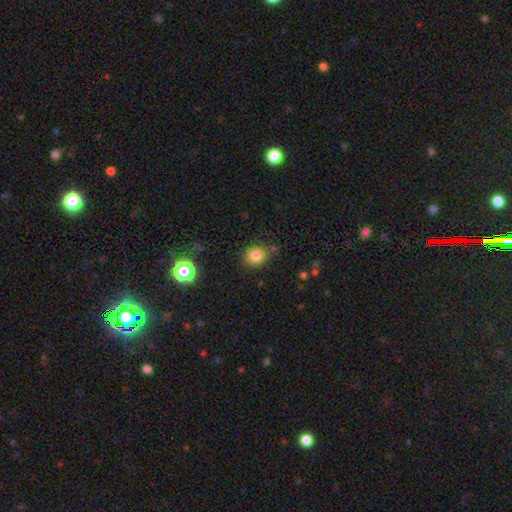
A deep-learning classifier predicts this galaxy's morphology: A smooth galaxy with no disk features (82%) that is round (72%).

Vote fractions:
- Smooth or featured? smooth: 82% / star or artifact: 12% / featured or disk: 6%
- How rounded? round: 72% / in between: 27% / cigar-shaped: 1%
- Merging? none: 82% / minor disturbance: 11% / merger: 4% / major disturbance: 3%